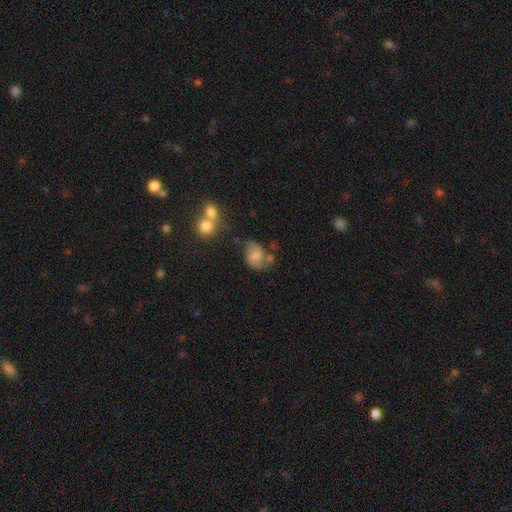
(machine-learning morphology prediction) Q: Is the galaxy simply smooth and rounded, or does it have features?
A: smooth — 53%.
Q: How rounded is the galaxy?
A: in between — 65%.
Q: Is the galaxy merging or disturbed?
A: none — 46%.